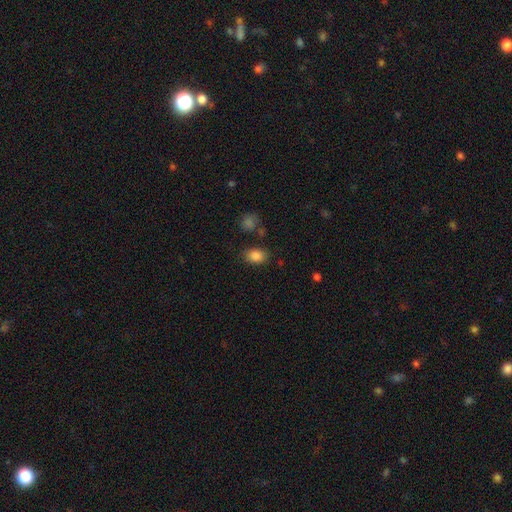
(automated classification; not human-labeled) This appears to be a smooth galaxy with no disk features (85%) that is in between round and cigar-shaped (78%). Merging: none (79%).